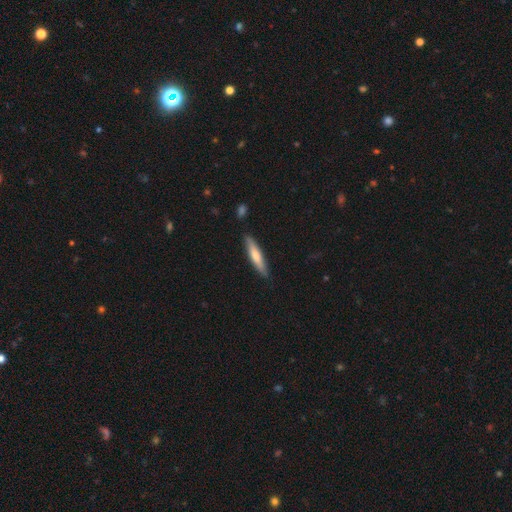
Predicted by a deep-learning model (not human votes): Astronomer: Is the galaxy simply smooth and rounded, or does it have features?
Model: smooth — 66%.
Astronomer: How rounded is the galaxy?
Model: cigar-shaped — 85%.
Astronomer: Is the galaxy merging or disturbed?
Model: none — 85%.